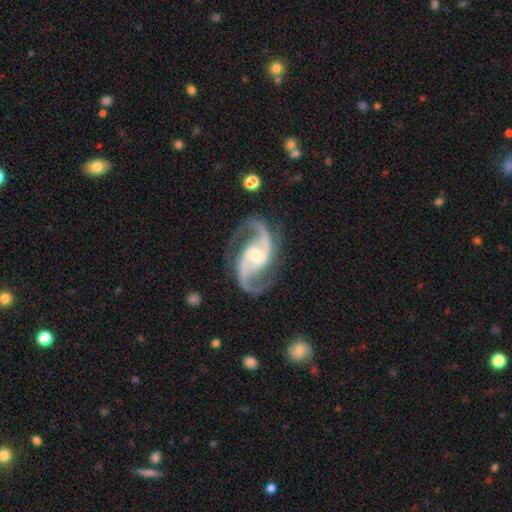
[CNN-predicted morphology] This is clearly a featured or disk galaxy (94%). It is clearly not viewed edge-on (98%). Bar: marginally weak (44%). Spiral arm pattern: clearly yes (99%). Spiral arm count: clearly 2 (94%). Spiral winding: possibly medium (59%). Central bulge: possibly moderate (53%). Merging: clearly none (80%).